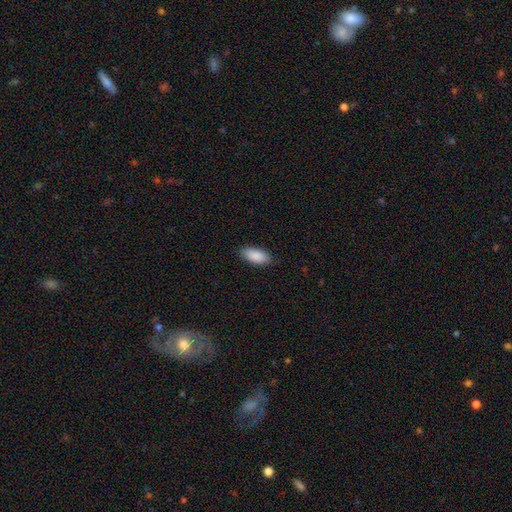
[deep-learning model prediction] smooth_or_featured: smooth (p=0.89) [alt: star or artifact p=0.06]
how_rounded: in between (p=0.90) [alt: cigar-shaped p=0.08]
merging: none (p=0.87) [alt: minor disturbance p=0.10]